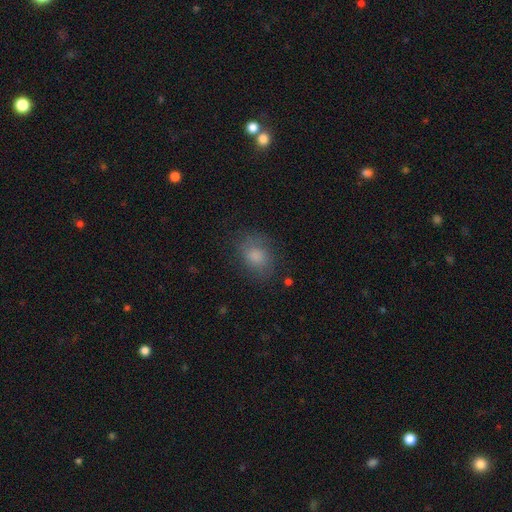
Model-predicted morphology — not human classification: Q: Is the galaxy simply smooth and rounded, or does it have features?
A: smooth — 78%.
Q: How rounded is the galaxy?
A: in between — 59%.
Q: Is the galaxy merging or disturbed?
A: none — 73%.